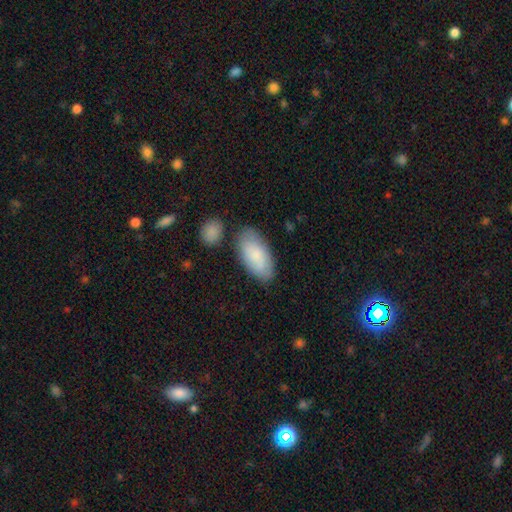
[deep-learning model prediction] A smooth galaxy with no disk features (81%) that is in between round and cigar-shaped (93%). Merging: none (75%).